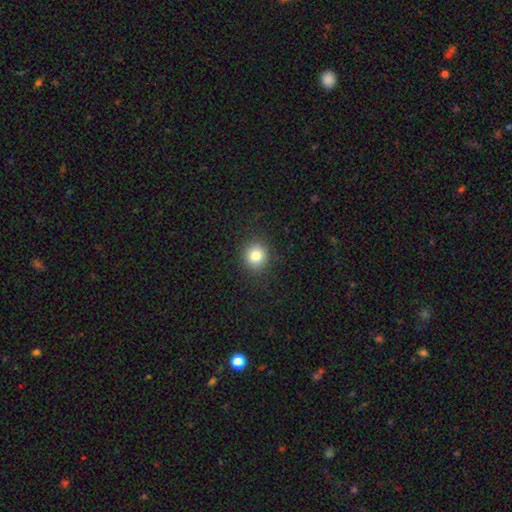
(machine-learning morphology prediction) smooth-or-featured: smooth: 82% | star or artifact: 11% | featured or disk: 7%
  how-rounded: round: 88% | in between: 11% | cigar-shaped: 1%
  merging: none: 90% | minor disturbance: 6% | major disturbance: 2% | merger: 1%